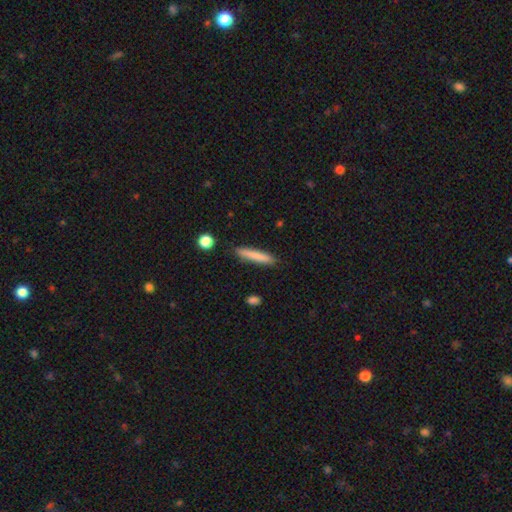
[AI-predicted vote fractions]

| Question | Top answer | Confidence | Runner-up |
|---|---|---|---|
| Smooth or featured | smooth | 80% | featured or disk (14%) |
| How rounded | cigar-shaped | 92% | in between (7%) |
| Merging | none | 87% | minor disturbance (9%) |